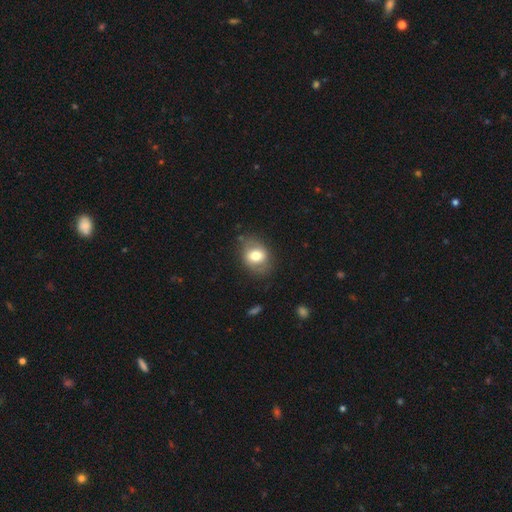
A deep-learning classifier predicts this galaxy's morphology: A smooth galaxy with no disk features (67%) that is in between round and cigar-shaped (56%). Merging: none (72%).